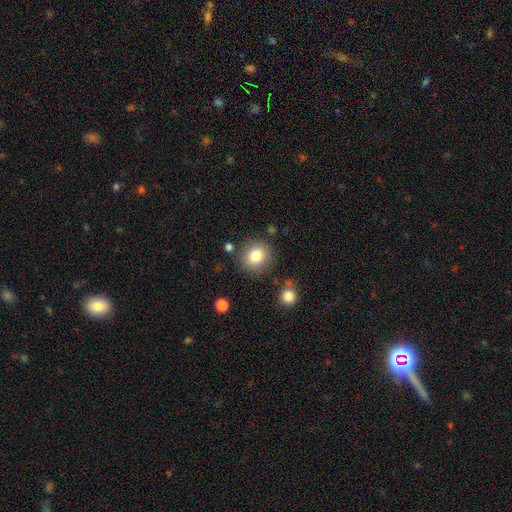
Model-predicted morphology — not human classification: Smooth or featured: smooth — 81% (star or artifact — 10%)
How rounded: round — 87% (in between — 12%)
Merging: none — 83% (minor disturbance — 10%)